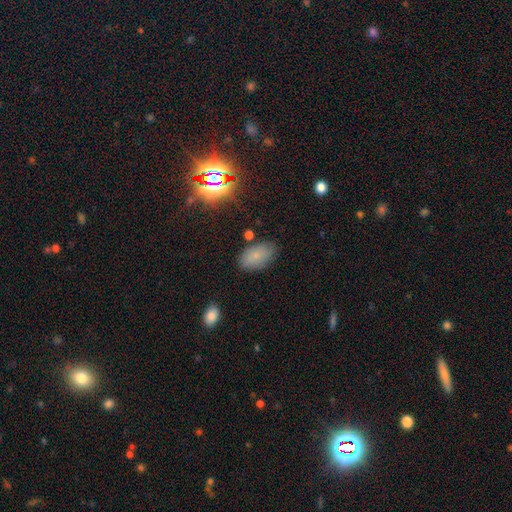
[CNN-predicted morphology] Overall: smooth (76%). How rounded: in between (92%). Merging: none (80%).